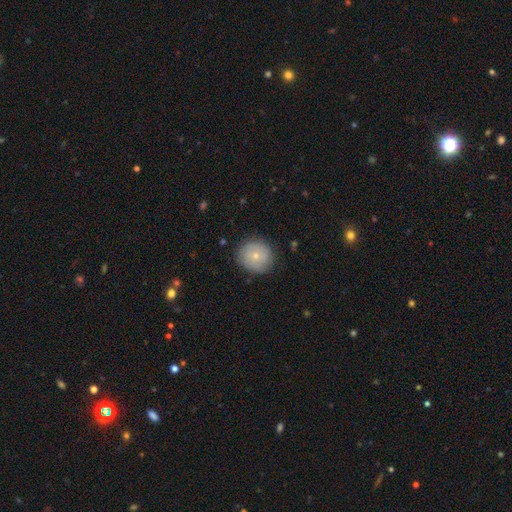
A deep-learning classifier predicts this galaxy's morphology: A smooth galaxy with no disk features (62%) that is round (90%).

Vote fractions:
- Smooth or featured? smooth: 62% / featured or disk: 30% / star or artifact: 7%
- How rounded? round: 90% / in between: 9% / cigar-shaped: 1%
- Merging? none: 84% / minor disturbance: 12% / major disturbance: 3% / merger: 1%